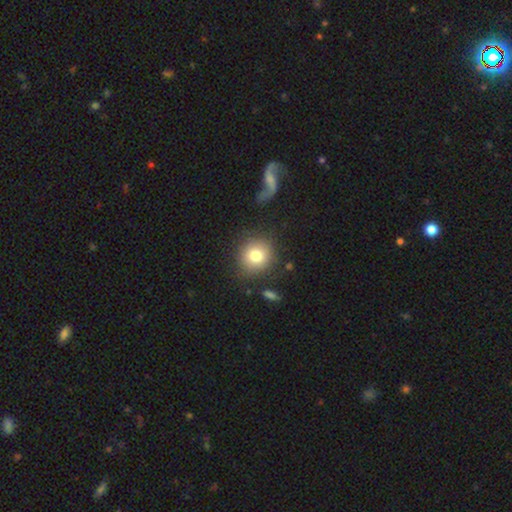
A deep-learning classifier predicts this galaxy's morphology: smooth_or_featured: smooth (p=0.79) [alt: featured or disk p=0.11]
how_rounded: round (p=0.89) [alt: in between p=0.10]
merging: none (p=0.83) [alt: minor disturbance p=0.10]